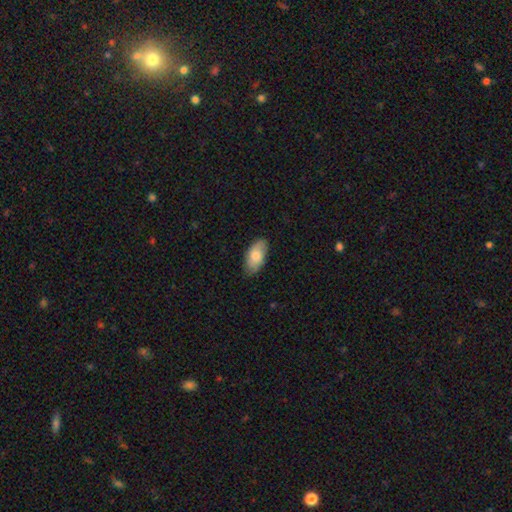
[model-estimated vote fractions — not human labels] Smooth or featured: smooth — 77% (featured or disk — 17%)
How rounded: in between — 93% (cigar-shaped — 4%)
Merging: none — 82% (minor disturbance — 14%)